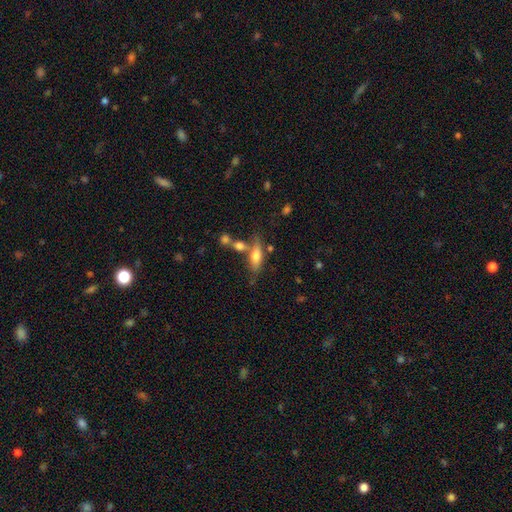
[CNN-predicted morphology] smooth 54%, featured or disk 37%, star or artifact 9%. Down the decision tree: how rounded — in between (49%); merging — none (55%).